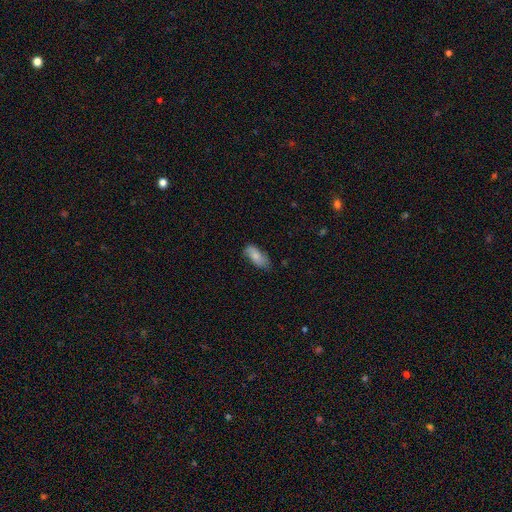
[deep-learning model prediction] Smooth or featured: smooth — 77% (featured or disk — 16%)
How rounded: in between — 84% (cigar-shaped — 14%)
Merging: none — 69% (minor disturbance — 24%)